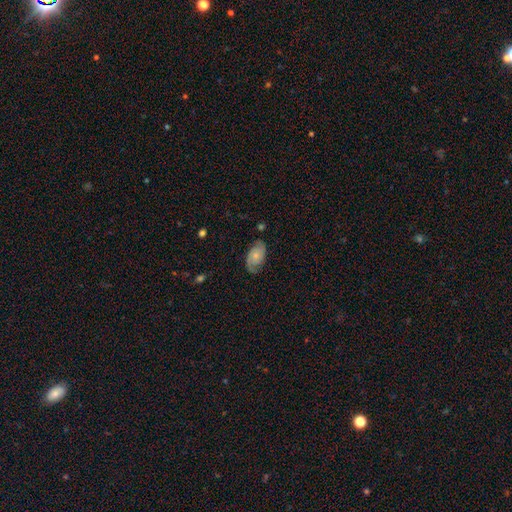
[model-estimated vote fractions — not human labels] Smooth or featured? featured or disk (66%)
Edge-on disk? no (96%)
Bar? no (74%)
Spiral arms? yes (92%)
Spiral winding? medium (41%)
Spiral arm count? 2 (85%)
Bulge size? small (55%)
Merging? none (74%)